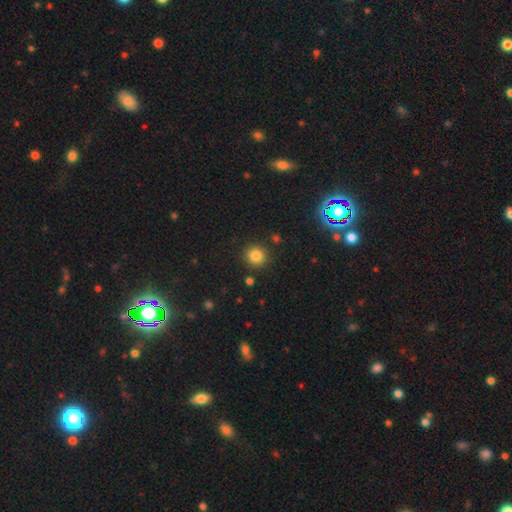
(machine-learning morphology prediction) The model was most divided on "smooth or featured": smooth: 83%, star or artifact: 12%, featured or disk: 5%. More confident: how rounded — round (90%); merging — none (88%).